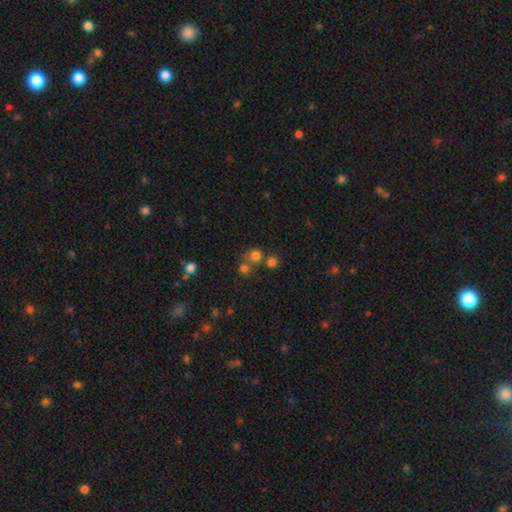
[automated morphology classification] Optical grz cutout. It shows a smooth galaxy with no disk features (71%) that is round (88%). Merging: none (61%).